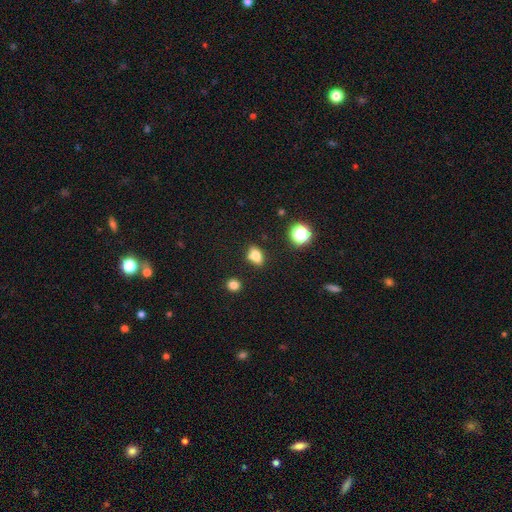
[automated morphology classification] The model was most divided on "how rounded": in between: 74%, round: 24%, cigar-shaped: 2%. More confident: smooth or featured — smooth (78%); merging — none (71%).